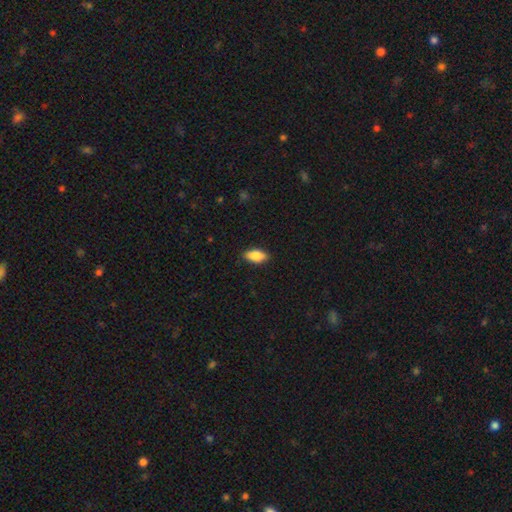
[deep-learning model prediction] Q: Smooth or featured?
A: smooth (85%); runner-up: featured or disk (8%)
Q: How rounded?
A: in between (89%); runner-up: cigar-shaped (8%)
Q: Merging?
A: none (87%); runner-up: minor disturbance (10%)